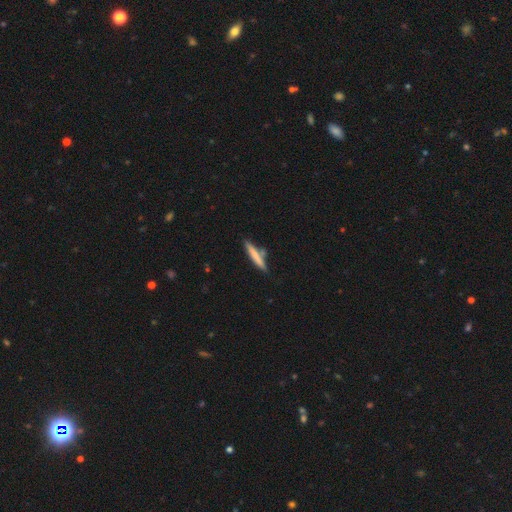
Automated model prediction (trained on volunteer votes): A smooth galaxy with no disk features (68%) that is cigar-shaped (92%). Merging: none (74%).